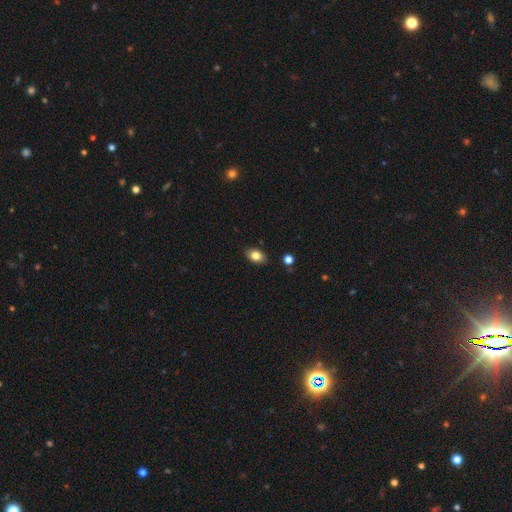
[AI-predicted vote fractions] Smooth or featured? Predicted: smooth (p=0.82). How rounded? Predicted: in between (p=0.82). Merging? Predicted: none (p=0.87).